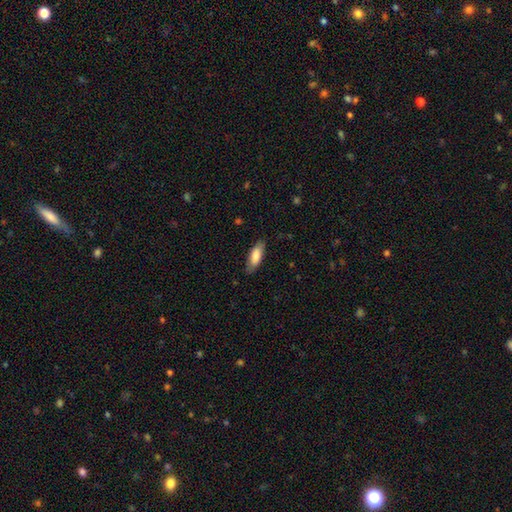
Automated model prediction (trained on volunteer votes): Overall: smooth (81%). How rounded: in between (66%; cigar-shaped 32%). Merging: none (82%).